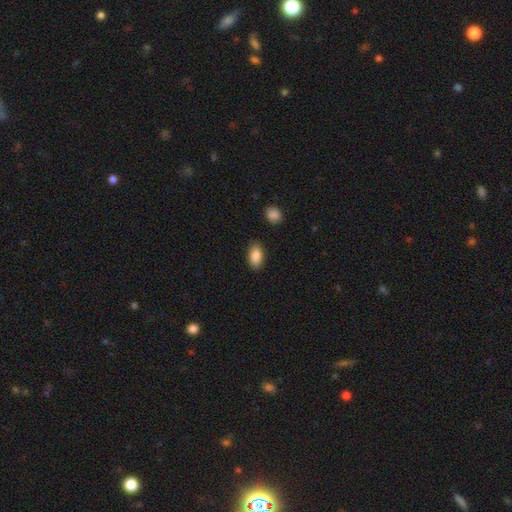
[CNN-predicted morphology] Smooth or featured? Predicted: smooth (p=0.87). How rounded? Predicted: in between (p=0.91). Merging? Predicted: none (p=0.86).